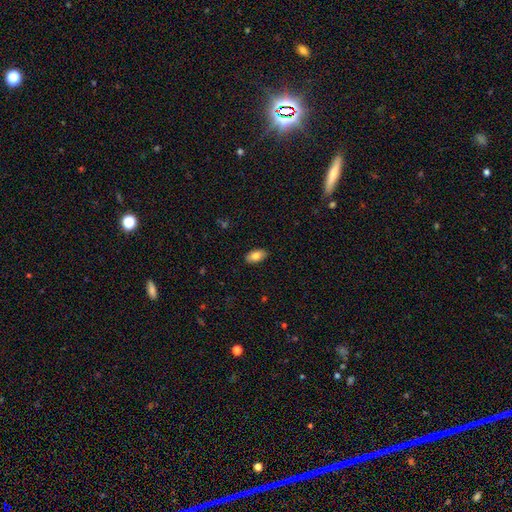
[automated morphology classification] The model was most divided on "smooth or featured": smooth: 80%, featured or disk: 12%, star or artifact: 7%. More confident: how rounded — in between (93%); merging — none (88%).